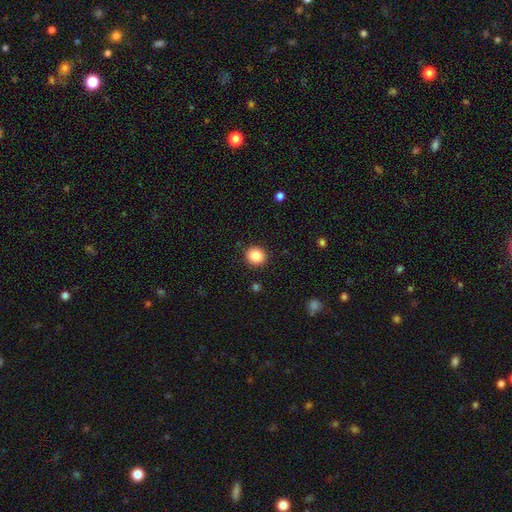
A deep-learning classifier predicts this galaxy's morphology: Smooth or featured?
  - smooth: 86% *
  - star or artifact: 9%
  - featured or disk: 4%
How rounded?
  - round: 88% *
  - in between: 11%
  - cigar-shaped: 1%
Merging?
  - none: 91% *
  - minor disturbance: 6%
  - major disturbance: 2%
  - merger: 1%